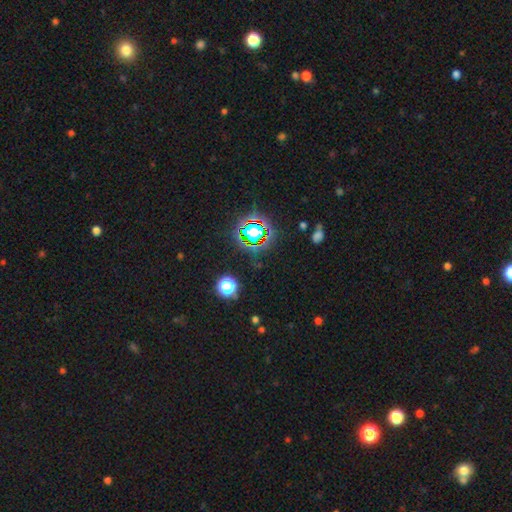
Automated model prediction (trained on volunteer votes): star or artifact 79%, smooth 14%, featured or disk 7%.